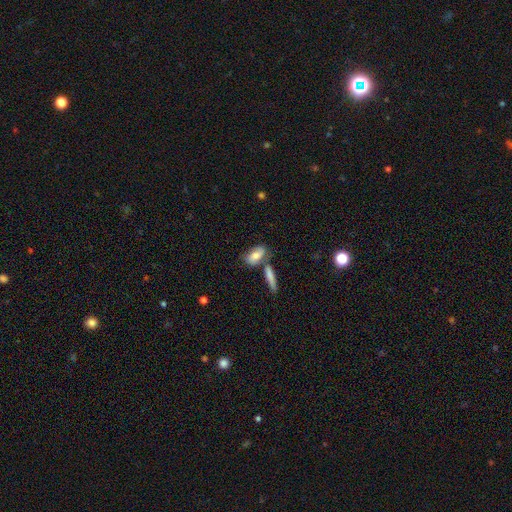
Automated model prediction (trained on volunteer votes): This is likely a smooth galaxy (67%). How rounded: clearly in between (83%). Merging: possibly none (49%).